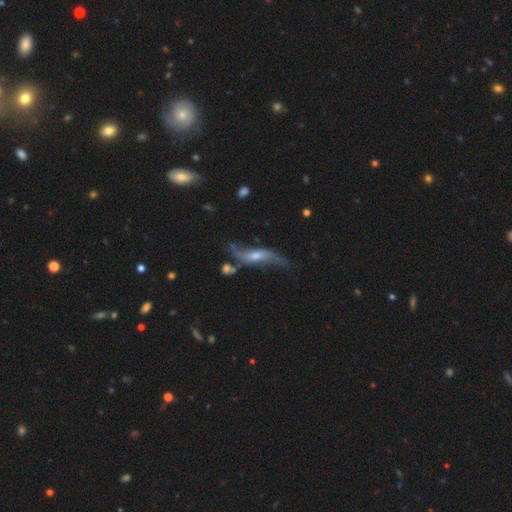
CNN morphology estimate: Q: Smooth or featured?
A: featured or disk (79%); runner-up: smooth (13%)
Q: Edge-on disk?
A: no (75%); runner-up: yes (25%)
Q: Bar?
A: no (49%); runner-up: weak (35%)
Q: Spiral arms?
A: yes (88%); runner-up: no (12%)
Q: Spiral winding?
A: loose (88%); runner-up: medium (9%)
Q: Spiral arm count?
A: 2 (87%); runner-up: can't tell (6%)
Q: Bulge size?
A: moderate (49%); runner-up: small (40%)
Q: Merging?
A: none (53%); runner-up: minor disturbance (22%)